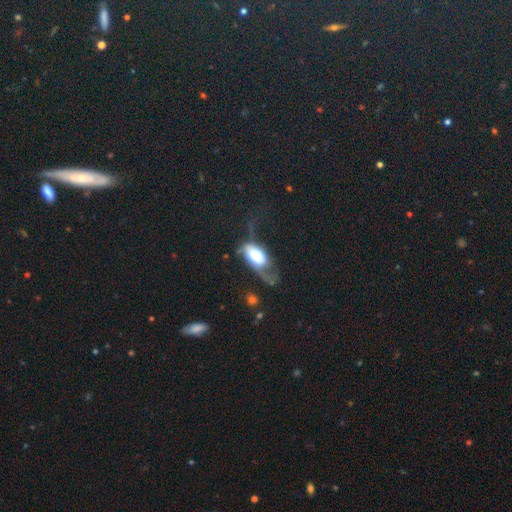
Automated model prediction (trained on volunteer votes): Smooth or featured? smooth (47%)
Merging? major disturbance (53%)